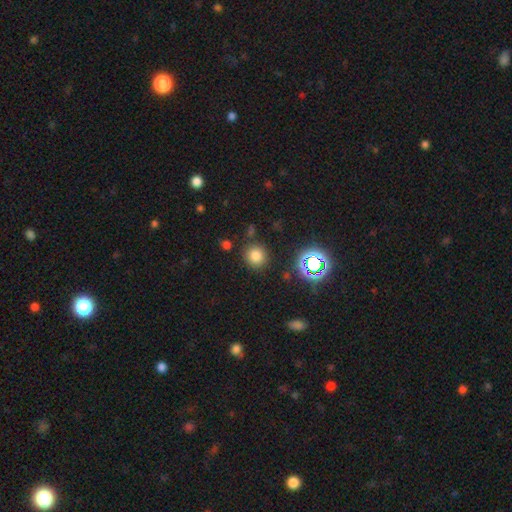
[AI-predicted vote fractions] A smooth galaxy with no disk features (76%) that is round (91%).

Vote fractions:
- Smooth or featured? smooth: 76% / star or artifact: 18% / featured or disk: 6%
- How rounded? round: 91% / in between: 8% / cigar-shaped: 1%
- Merging? none: 85% / minor disturbance: 8% / merger: 3% / major disturbance: 3%